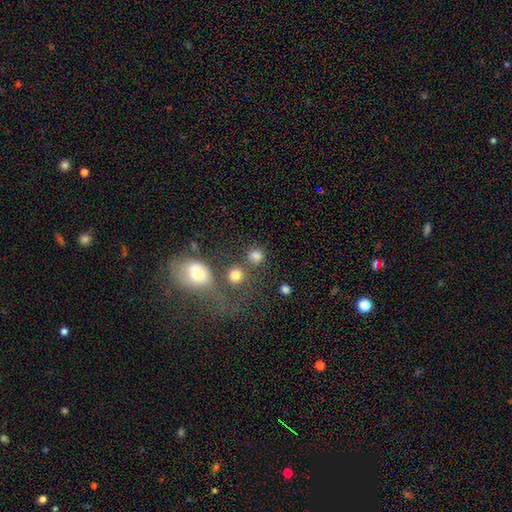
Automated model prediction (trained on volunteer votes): Q: Smooth or featured?
A: smooth (80%); runner-up: star or artifact (13%)
Q: How rounded?
A: round (85%); runner-up: in between (14%)
Q: Merging?
A: none (66%); runner-up: merger (19%)